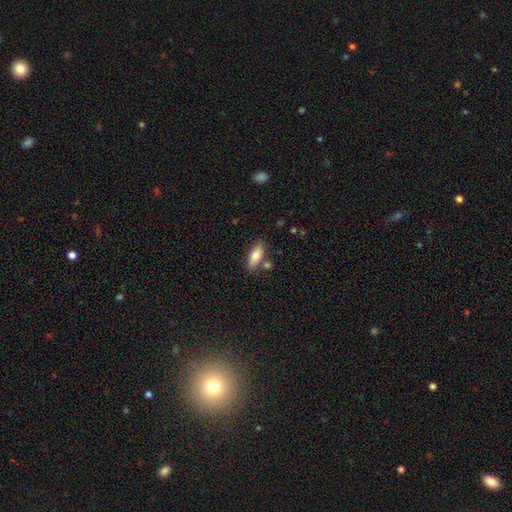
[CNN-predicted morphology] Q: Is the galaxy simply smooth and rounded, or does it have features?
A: smooth — 74%.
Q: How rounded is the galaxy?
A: in between — 80%.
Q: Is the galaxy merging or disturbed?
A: none — 75%.